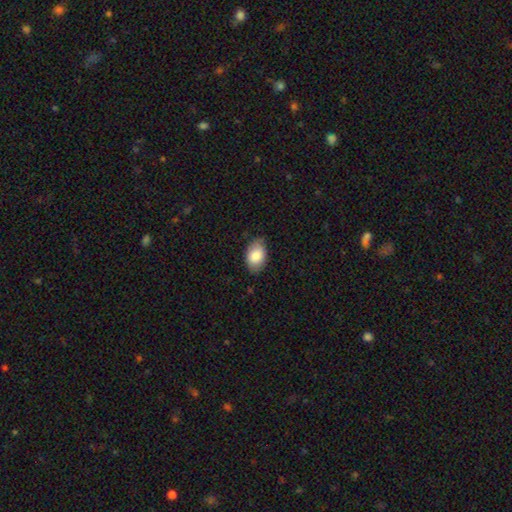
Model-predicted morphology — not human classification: Smooth or featured: smooth — 83% (featured or disk — 10%)
How rounded: in between — 90% (round — 9%)
Merging: none — 76% (minor disturbance — 19%)